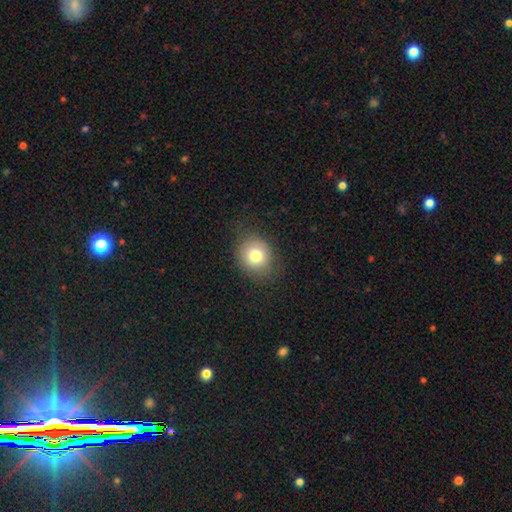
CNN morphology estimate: type=smooth (77%); roundness=round (73%); merging=none (82%).